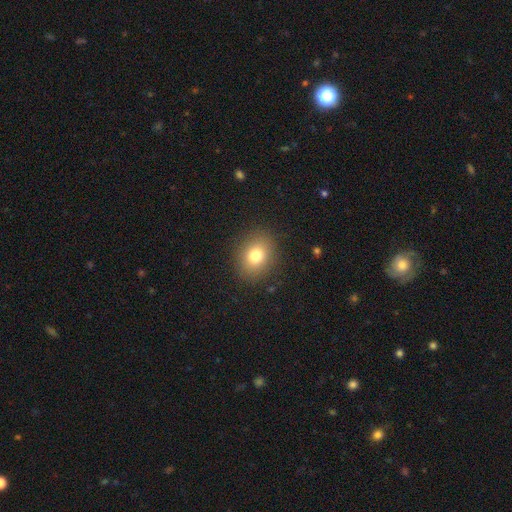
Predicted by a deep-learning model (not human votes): Q: Smooth or featured?
A: smooth (78%); runner-up: star or artifact (12%)
Q: How rounded?
A: round (55%); runner-up: in between (44%)
Q: Merging?
A: none (88%); runner-up: minor disturbance (8%)